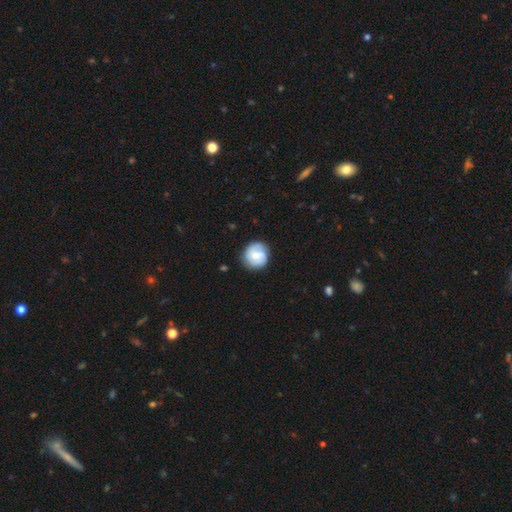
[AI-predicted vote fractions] Overall: featured or disk (55%; smooth 39%). Edge-on disk: no (98%). Bar: no (50%; weak 42%). Spiral arms: yes (86%). Bulge size: moderate (48%; small 44%). Merging: none (79%).